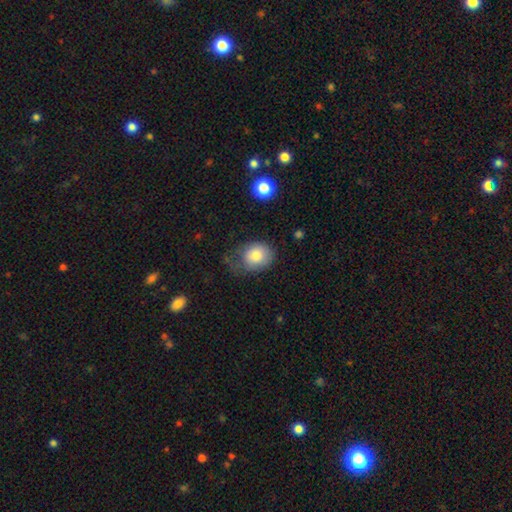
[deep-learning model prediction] Smooth or featured? Predicted: smooth (p=0.81). How rounded? Predicted: round (p=0.52). Merging? Predicted: none (p=0.40).